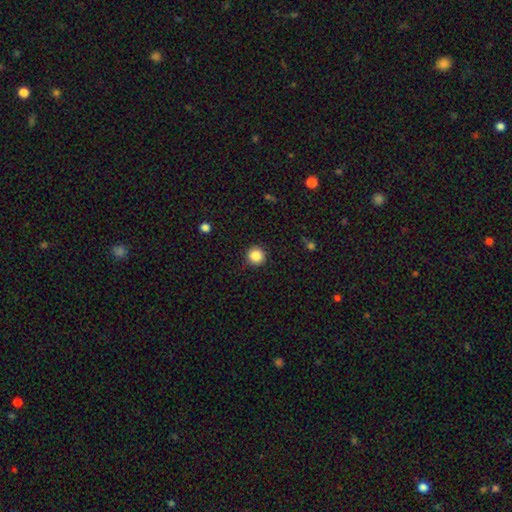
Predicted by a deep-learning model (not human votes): Smooth or featured? smooth (86%)
How rounded? round (95%)
Merging? none (92%)